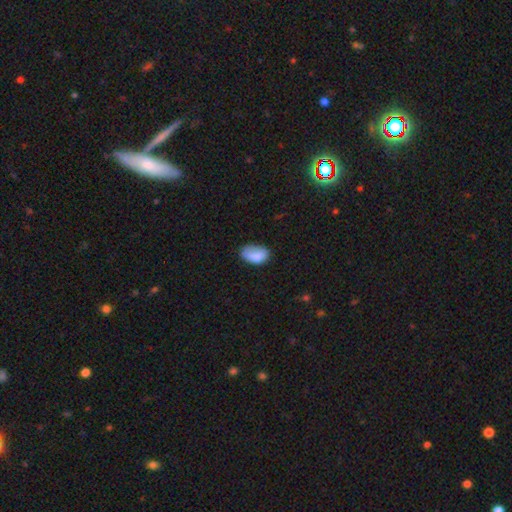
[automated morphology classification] type=smooth (79%); roundness=in between (91%); merging=none (56%).